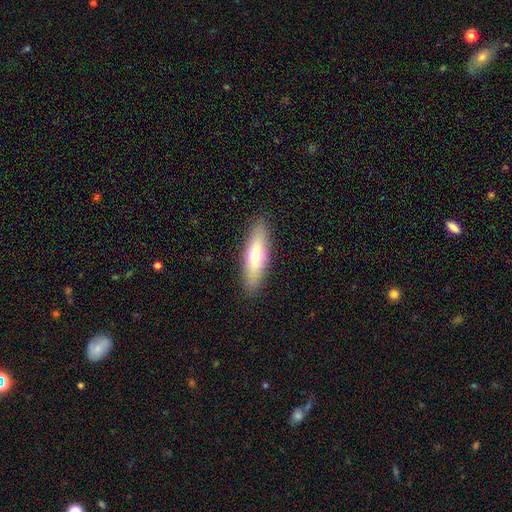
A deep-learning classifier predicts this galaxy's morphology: Smooth or featured?
  - smooth: 64% *
  - featured or disk: 29%
  - star or artifact: 7%
How rounded?
  - in between: 54% *
  - cigar-shaped: 44%
  - round: 2%
Merging?
  - none: 86% *
  - minor disturbance: 10%
  - major disturbance: 3%
  - merger: 1%